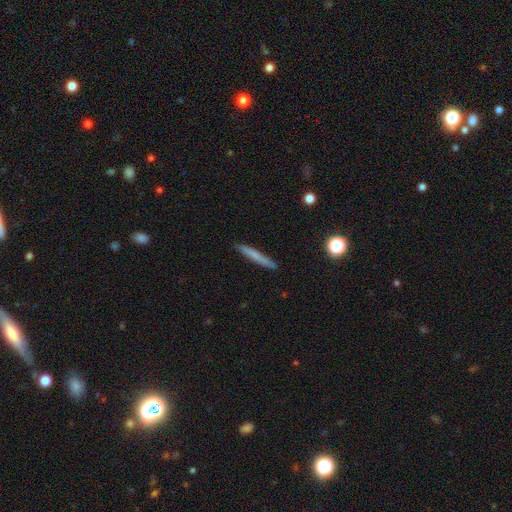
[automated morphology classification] Smooth or featured? Predicted: smooth (p=0.66). How rounded? Predicted: cigar-shaped (p=0.95). Merging? Predicted: none (p=0.89).